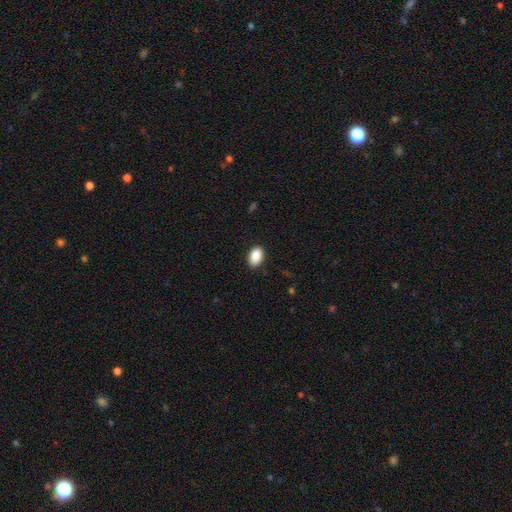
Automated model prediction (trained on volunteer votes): smooth 89%, star or artifact 7%, featured or disk 4%. Down the decision tree: how rounded — in between (89%); merging — none (88%).